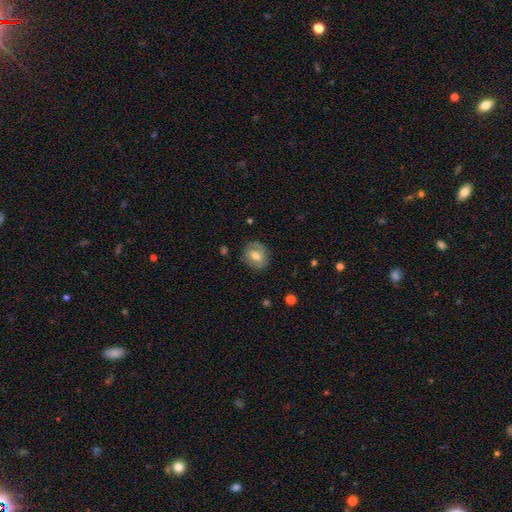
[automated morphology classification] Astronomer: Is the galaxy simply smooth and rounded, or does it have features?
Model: smooth — 49% (runner-up: featured or disk, 43%).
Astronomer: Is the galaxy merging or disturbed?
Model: none — 77%.